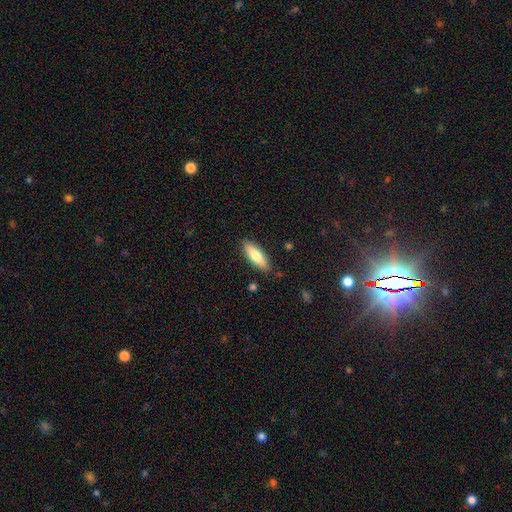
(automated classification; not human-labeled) This appears to be a smooth galaxy with no disk features (71%) that is in between round and cigar-shaped (56%). Merging: none (86%).